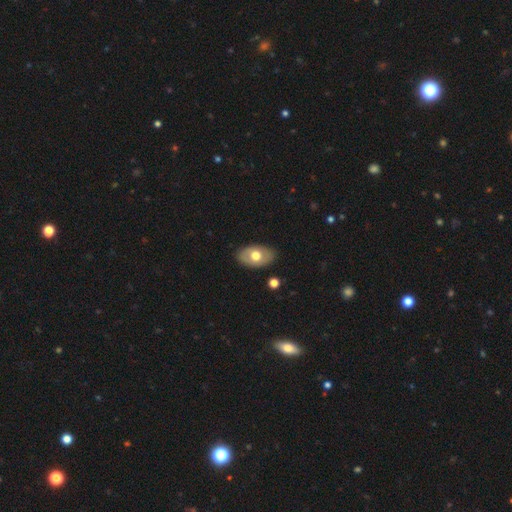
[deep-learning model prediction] smooth_or_featured: smooth (p=0.58) [alt: featured or disk p=0.36]
how_rounded: in between (p=0.90) [alt: round p=0.09]
merging: none (p=0.84) [alt: minor disturbance p=0.12]